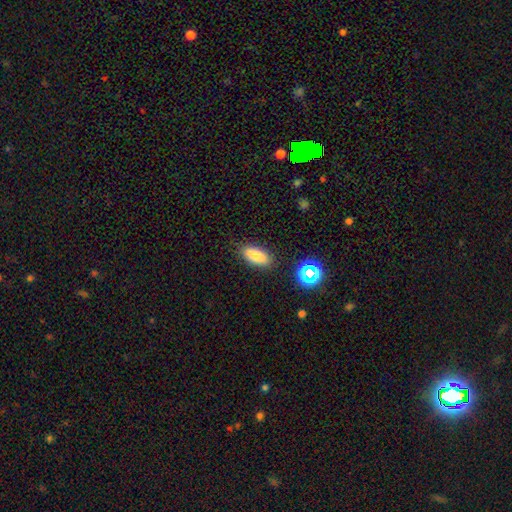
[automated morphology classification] This appears to be a smooth galaxy with no disk features (83%) that is in between round and cigar-shaped (80%). Merging: none (84%).